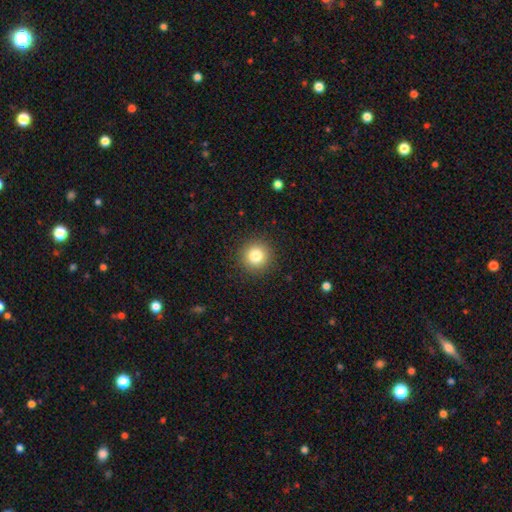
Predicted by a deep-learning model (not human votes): Morphology: type=smooth (82%); roundness=round (95%); merging=none (91%).